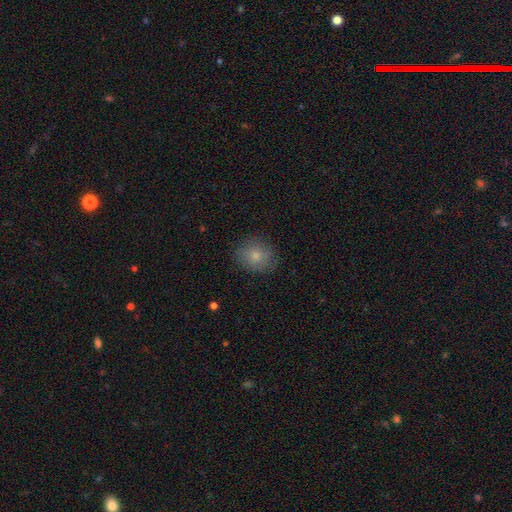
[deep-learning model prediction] smooth_or_featured: smooth (p=0.81) [alt: featured or disk p=0.10]
how_rounded: round (p=0.73) [alt: in between p=0.26]
merging: none (p=0.83) [alt: minor disturbance p=0.13]